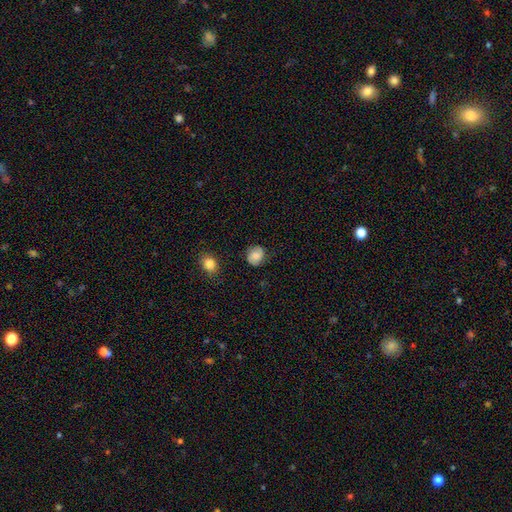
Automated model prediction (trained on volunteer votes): smooth_or_featured: smooth (p=0.72) [alt: featured or disk p=0.19]
how_rounded: round (p=0.72) [alt: in between p=0.27]
merging: none (p=0.79) [alt: minor disturbance p=0.15]